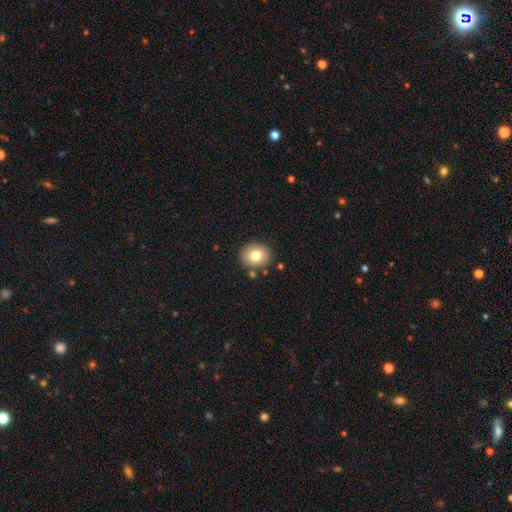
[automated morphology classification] type=smooth (77%); roundness=round (67%); merging=none (85%).